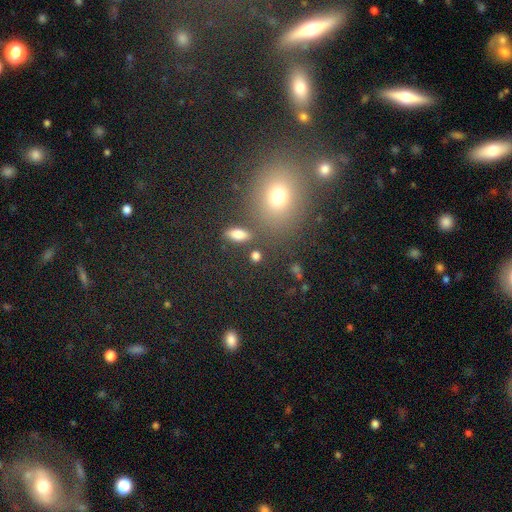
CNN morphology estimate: smooth_or_featured: smooth (p=0.78) [alt: star or artifact p=0.15]
how_rounded: in between (p=0.50) [alt: round p=0.43]
merging: none (p=0.79) [alt: minor disturbance p=0.09]